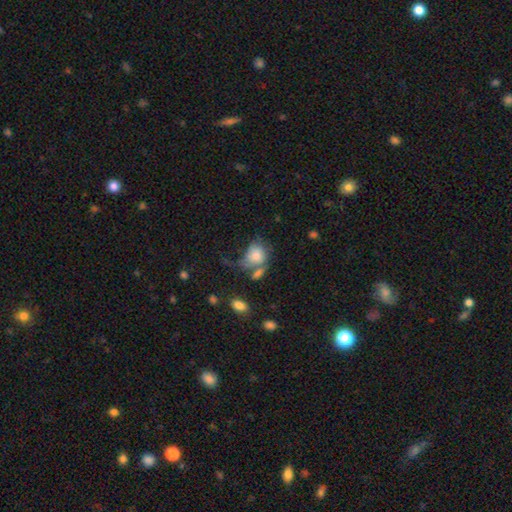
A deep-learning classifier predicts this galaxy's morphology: type=smooth (71%); roundness=in between (50%); merging=merger (28%).